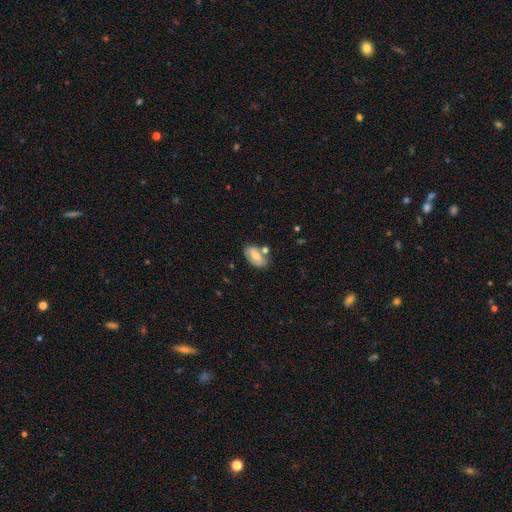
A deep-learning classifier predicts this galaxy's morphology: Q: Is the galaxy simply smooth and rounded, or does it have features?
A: smooth — 55%.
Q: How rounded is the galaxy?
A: in between — 90%.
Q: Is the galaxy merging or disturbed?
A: none — 62%.